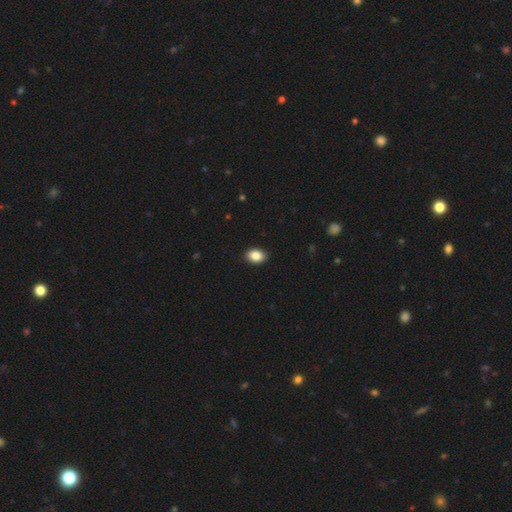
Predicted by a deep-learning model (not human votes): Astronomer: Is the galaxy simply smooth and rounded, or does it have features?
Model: smooth — 87%.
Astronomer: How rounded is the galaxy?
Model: in between — 80%.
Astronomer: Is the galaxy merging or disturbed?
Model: none — 90%.